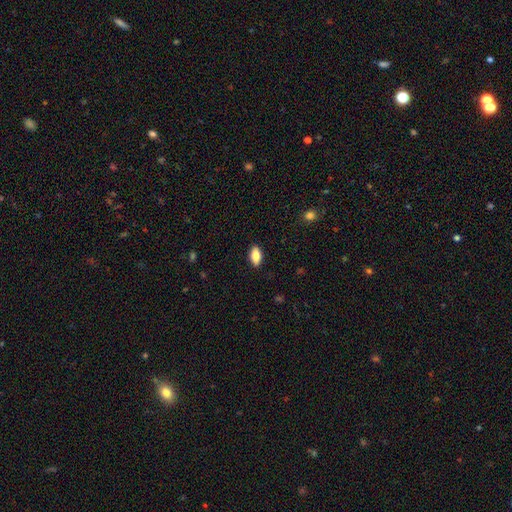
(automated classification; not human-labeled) Smooth or featured? smooth (79%)
How rounded? in between (88%)
Merging? none (89%)